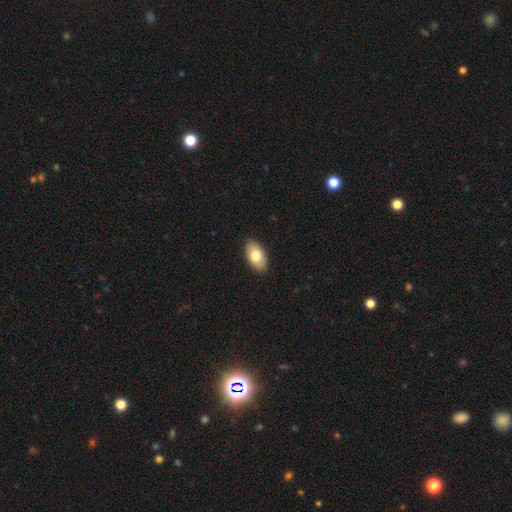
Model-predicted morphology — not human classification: smooth_or_featured: smooth (p=0.78) [alt: featured or disk p=0.15]
how_rounded: in between (p=0.94) [alt: round p=0.04]
merging: none (p=0.90) [alt: minor disturbance p=0.08]